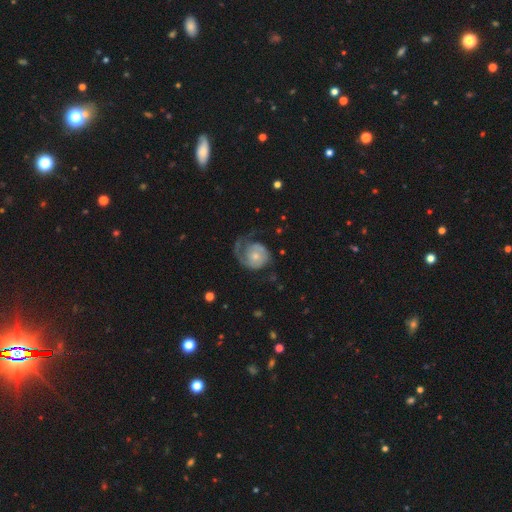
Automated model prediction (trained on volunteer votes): Overall: featured or disk (75%). Edge-on disk: no (98%). Bar: no (76%). Spiral arms: yes (92%). Spiral arm count: 1 (63%; 2 25%). Spiral winding: tight (42%; medium 34%). Bulge size: small (50%; moderate 39%). Merging: none (45%; major disturbance 32%).